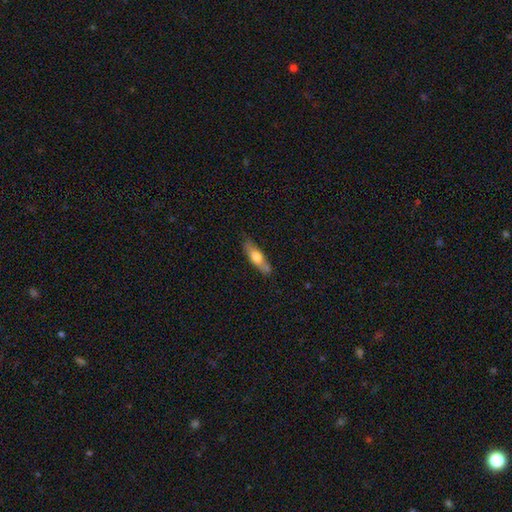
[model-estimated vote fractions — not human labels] This is likely a smooth galaxy (63%). How rounded: possibly cigar-shaped (53%). Merging: likely none (68%).